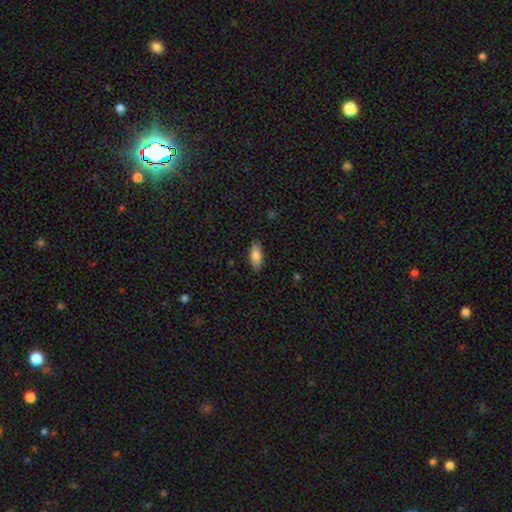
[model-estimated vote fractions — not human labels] This is clearly a smooth galaxy (83%). How rounded: clearly in between (84%). Merging: clearly none (87%).